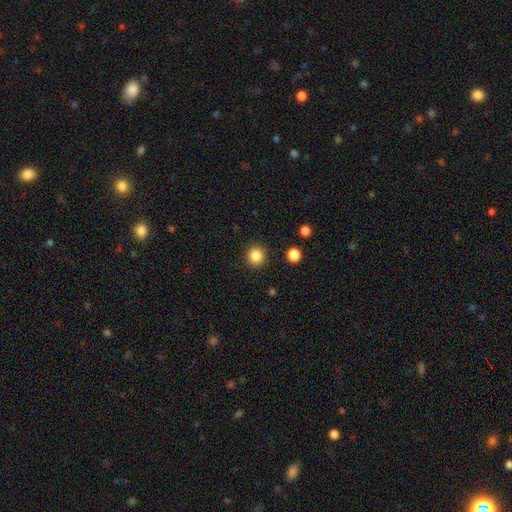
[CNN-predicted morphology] Q: Smooth or featured?
A: smooth (85%); runner-up: star or artifact (11%)
Q: How rounded?
A: round (93%); runner-up: in between (6%)
Q: Merging?
A: none (92%); runner-up: minor disturbance (5%)